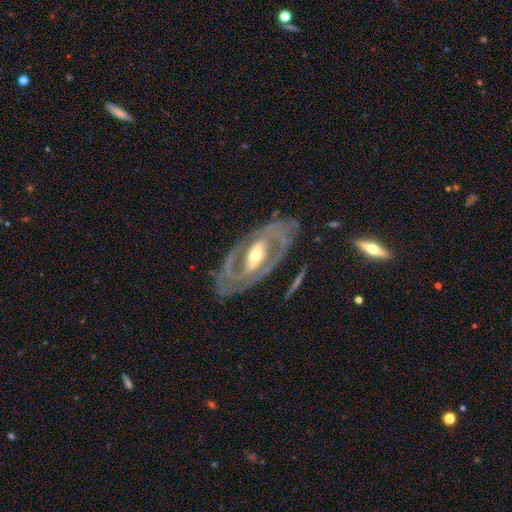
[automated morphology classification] type=featured or disk (87%); edge-on=no (94%); bar=strong (43%); spiral arms=yes (86%); winding=tight (49%); arm count=2 (74%); bulge=moderate (57%); merging=none (75%).